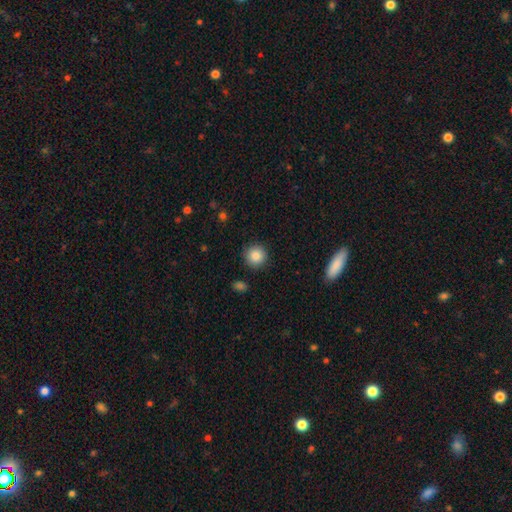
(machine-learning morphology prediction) Overall: smooth (86%). How rounded: round (94%). Merging: none (90%).